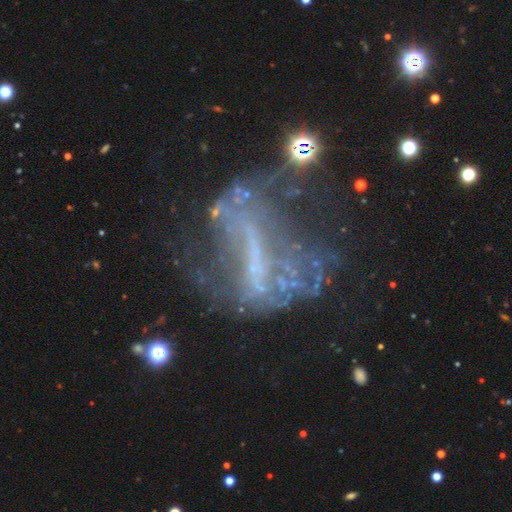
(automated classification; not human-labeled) A featured or disk galaxy (64%) with a strong bar (41%), no spiral arms (71%) and no central bulge (69%).

Vote fractions:
- Smooth or featured? featured or disk: 64% / star or artifact: 22% / smooth: 14%
- Edge-on disk? no: 91% / yes: 9%
- Bar? strong: 41% / no: 37% / weak: 21%
- Spiral arms? no: 71% / yes: 29%
- Bulge size? none: 69% / small: 18% / moderate: 9% / large: 2% / dominant: 1%
- Merging? major disturbance: 41% / none: 33% / minor disturbance: 17% / merger: 9%